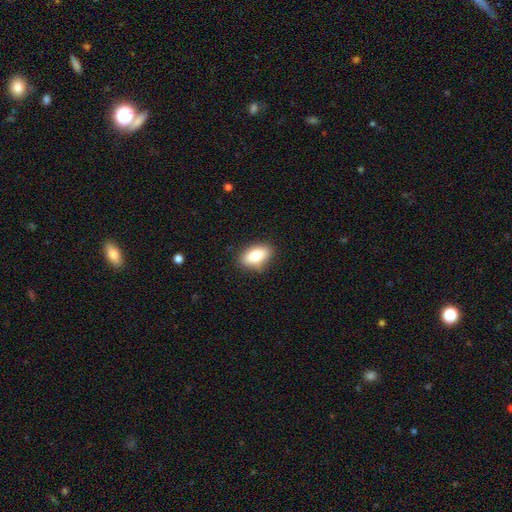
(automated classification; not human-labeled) Overall: smooth (81%). How rounded: in between (89%). Merging: none (83%).